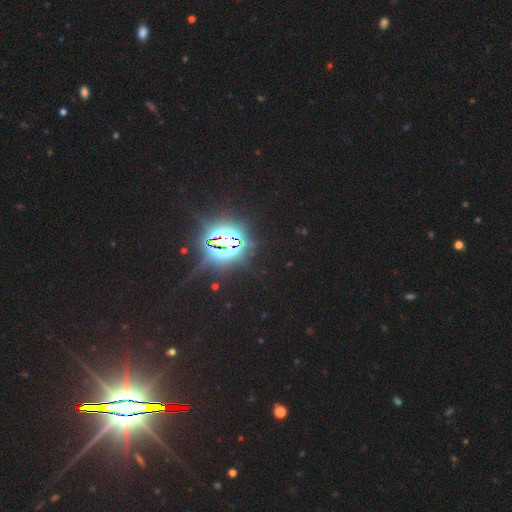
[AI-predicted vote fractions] A star or artifact, not a galaxy (87%).

Vote fractions:
- Smooth or featured? star or artifact: 87% / smooth: 7% / featured or disk: 6%